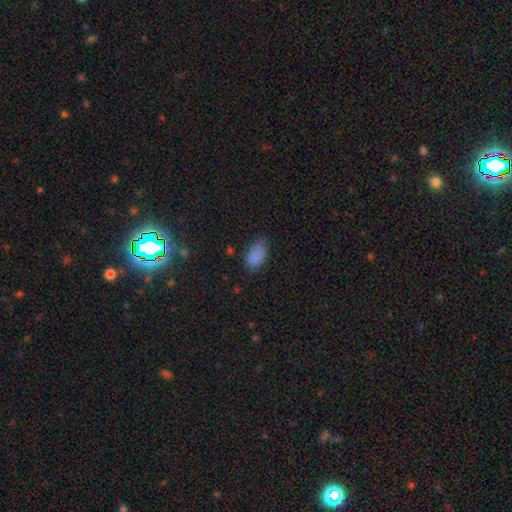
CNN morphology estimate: Smooth or featured? Predicted: smooth (p=0.86). How rounded? Predicted: in between (p=0.92). Merging? Predicted: none (p=0.71).